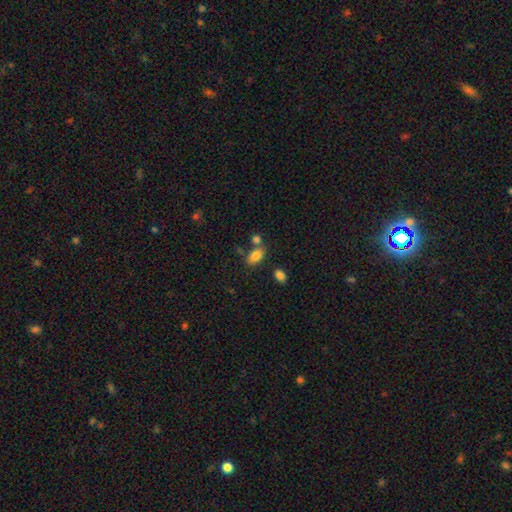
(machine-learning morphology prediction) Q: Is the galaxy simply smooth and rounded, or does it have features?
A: smooth — 82%.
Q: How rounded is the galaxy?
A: in between — 89%.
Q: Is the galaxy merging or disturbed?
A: none — 63%.